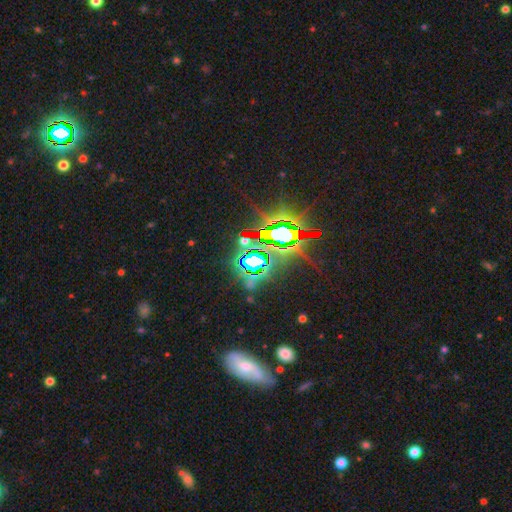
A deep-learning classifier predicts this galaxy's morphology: This appears to be a star or artifact, not a galaxy (82%).